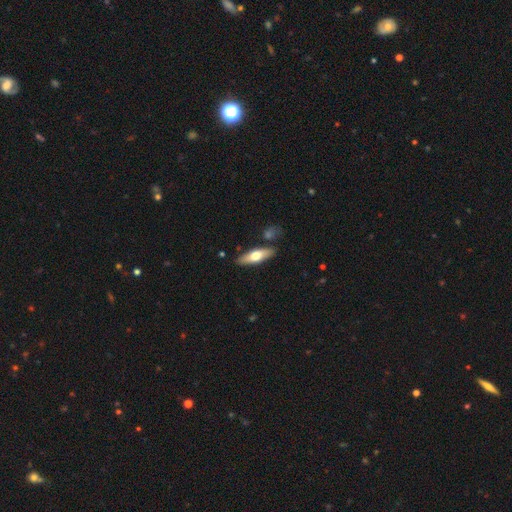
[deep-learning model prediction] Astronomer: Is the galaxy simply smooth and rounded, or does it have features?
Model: smooth — 55% (runner-up: featured or disk, 39%).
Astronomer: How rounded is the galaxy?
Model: cigar-shaped — 51% (runner-up: in between, 46%).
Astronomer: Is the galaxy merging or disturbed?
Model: none — 82%.